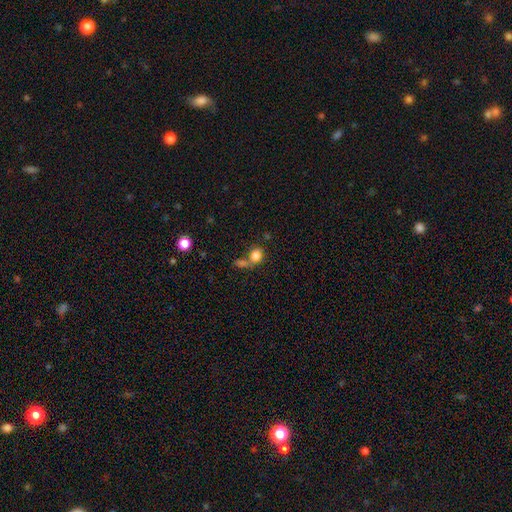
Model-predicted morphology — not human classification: smooth_or_featured: smooth (p=0.81) [alt: star or artifact p=0.10]
how_rounded: round (p=0.69) [alt: in between p=0.30]
merging: none (p=0.44) [alt: merger p=0.38]